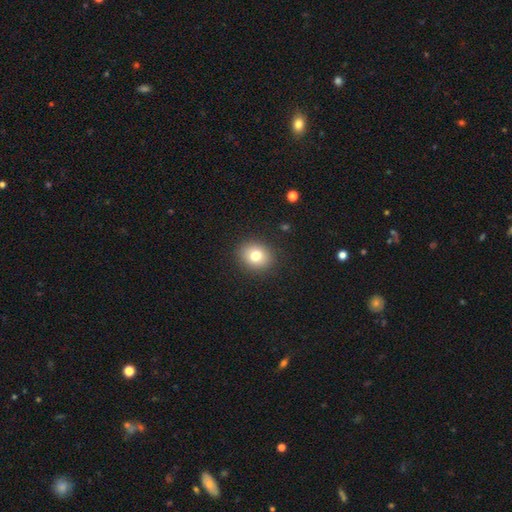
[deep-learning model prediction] This appears to be a smooth galaxy with no disk features (78%) that is round (73%). Merging: none (90%).